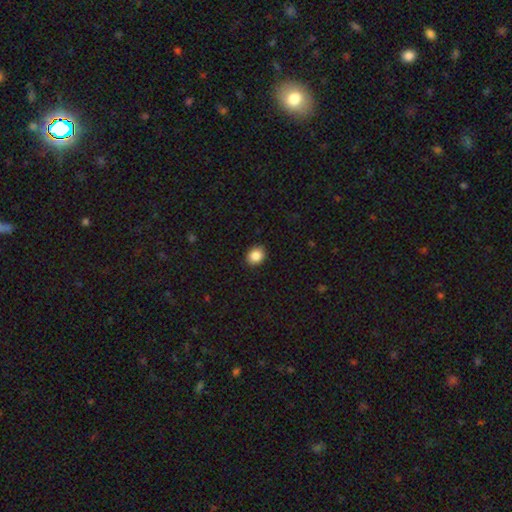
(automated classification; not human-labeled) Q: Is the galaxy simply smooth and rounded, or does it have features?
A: smooth — 88%.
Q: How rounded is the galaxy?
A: round — 57%.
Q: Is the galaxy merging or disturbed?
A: none — 90%.